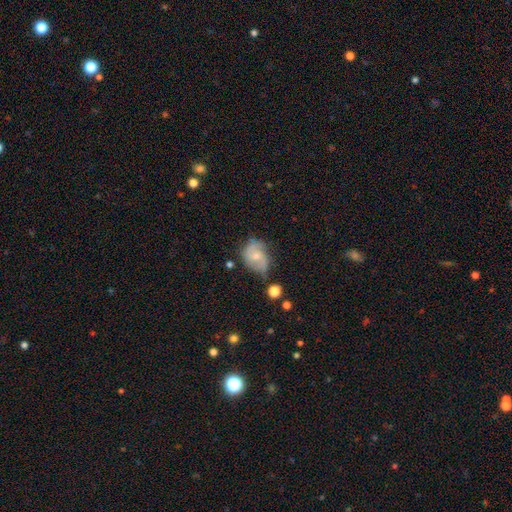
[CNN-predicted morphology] This appears to be a featured or disk galaxy (53%) with no bar (67%), spiral arms (82%) and a small central bulge (46%). Merging: none (50%).